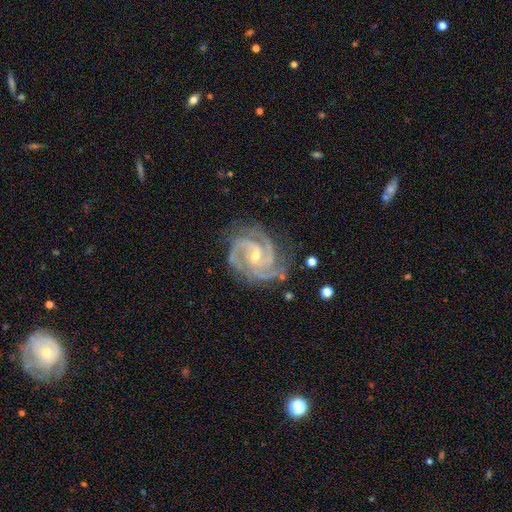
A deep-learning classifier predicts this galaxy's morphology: smooth_or_featured: featured or disk (p=0.93) [alt: star or artifact p=0.04]
disk_edge_on: no (p=0.98) [alt: yes p=0.02]
bar: no (p=0.43) [alt: weak p=0.41]
has_spiral_arms: yes (p=0.99) [alt: no p=0.01]
spiral_winding: tight (p=0.62) [alt: medium p=0.34]
spiral_arm_count: 3 (p=0.52) [alt: 2 p=0.19]
bulge_size: small (p=0.62) [alt: moderate p=0.35]
merging: none (p=0.75) [alt: minor disturbance p=0.18]